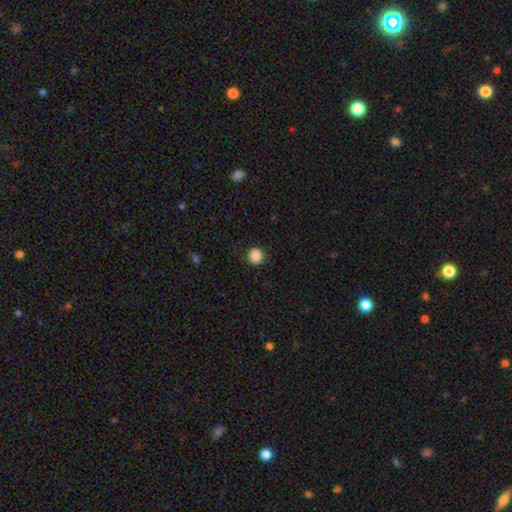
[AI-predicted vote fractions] This appears to be a smooth galaxy with no disk features (87%) that is round (89%). Merging: none (86%).